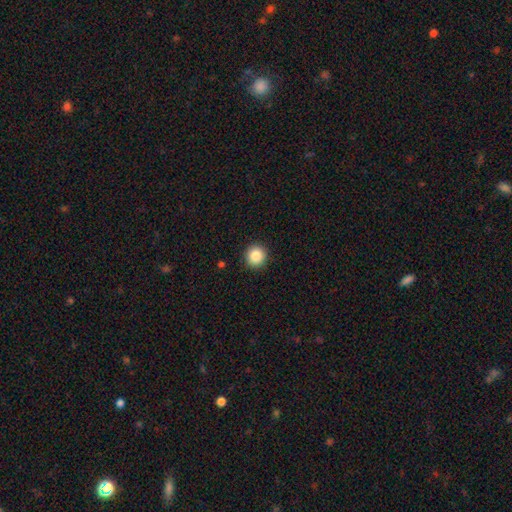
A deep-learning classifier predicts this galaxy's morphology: This appears to be a smooth galaxy with no disk features (86%) that is round (94%). Merging: none (92%).